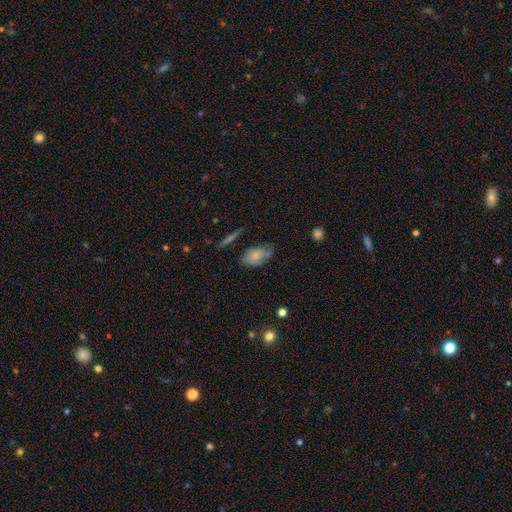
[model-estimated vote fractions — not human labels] Overall: smooth (74%). How rounded: in between (90%). Merging: none (59%; minor disturbance 29%).